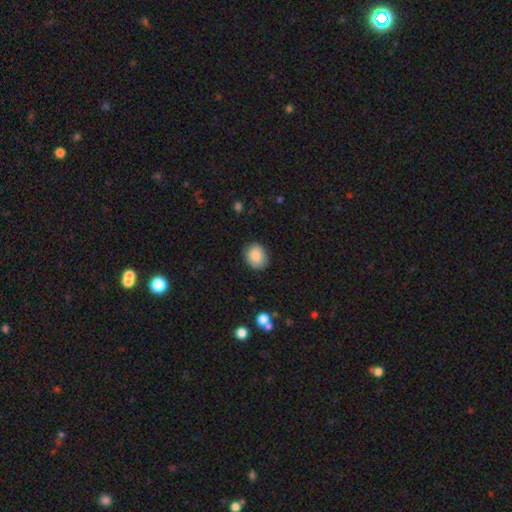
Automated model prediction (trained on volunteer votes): This is clearly a smooth galaxy (87%). How rounded: possibly round (53%). Merging: clearly none (83%).